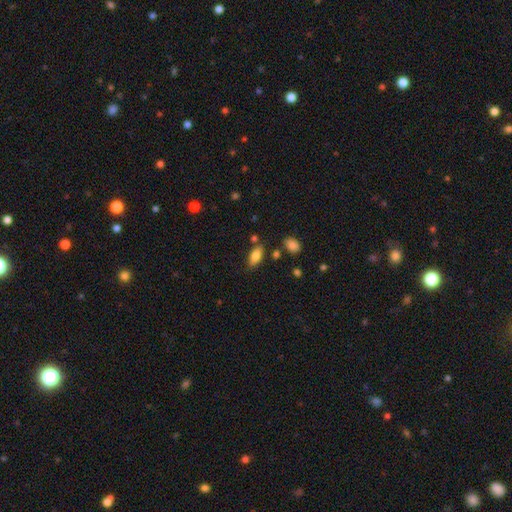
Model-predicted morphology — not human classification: The model was most divided on "merging": none: 77%, minor disturbance: 14%, merger: 6%, major disturbance: 4%. More confident: how rounded — in between (84%); smooth or featured — smooth (80%).